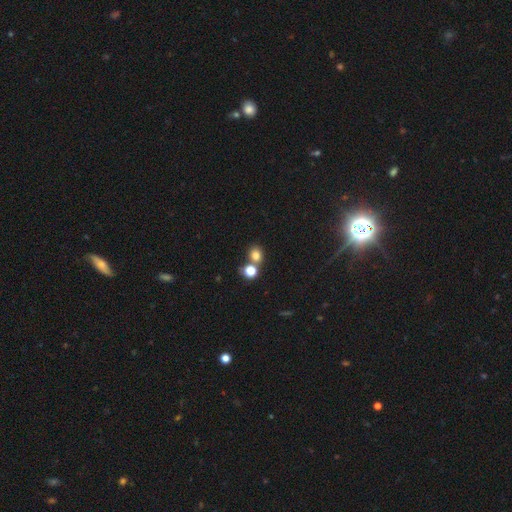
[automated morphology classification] smooth 78%, star or artifact 15%, featured or disk 7%. Down the decision tree: how rounded — round (70%); merging — none (57%).